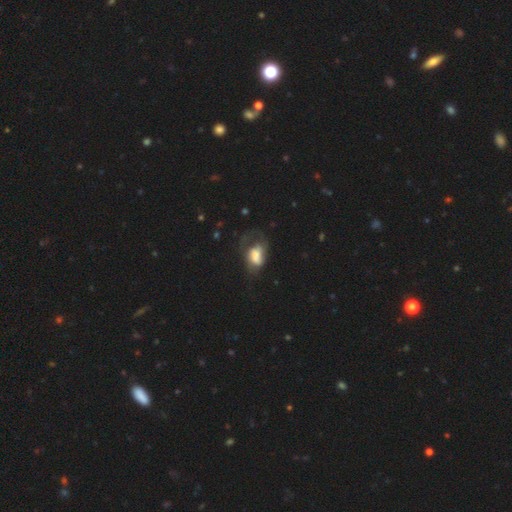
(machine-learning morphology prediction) smooth 56%, featured or disk 34%, star or artifact 10%. Down the decision tree: how rounded — in between (83%); merging — major disturbance (49%).